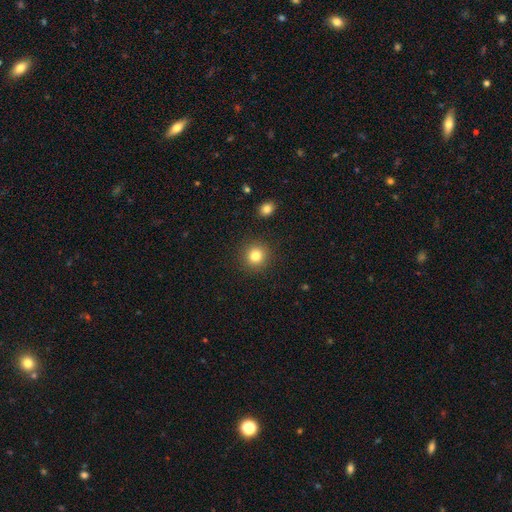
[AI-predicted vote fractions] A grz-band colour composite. It shows a smooth galaxy with no disk features (82%) that is round (91%). Merging: none (90%).